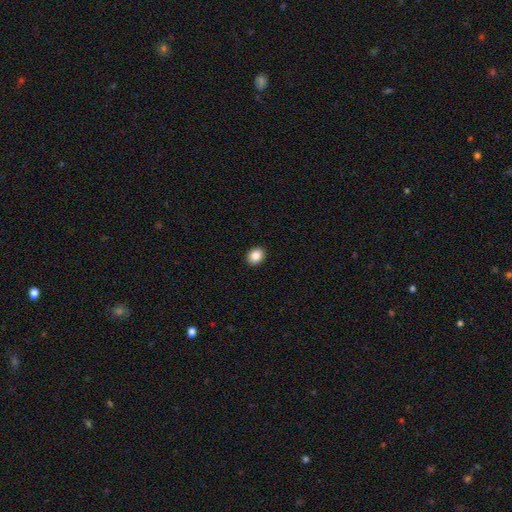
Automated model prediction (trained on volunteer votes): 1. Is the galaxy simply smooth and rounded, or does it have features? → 87% smooth, 9% star or artifact, 5% featured or disk.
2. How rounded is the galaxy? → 51% in between, 48% round, 1% cigar-shaped.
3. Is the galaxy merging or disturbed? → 92% none, 5% minor disturbance, 2% major disturbance, 1% merger.